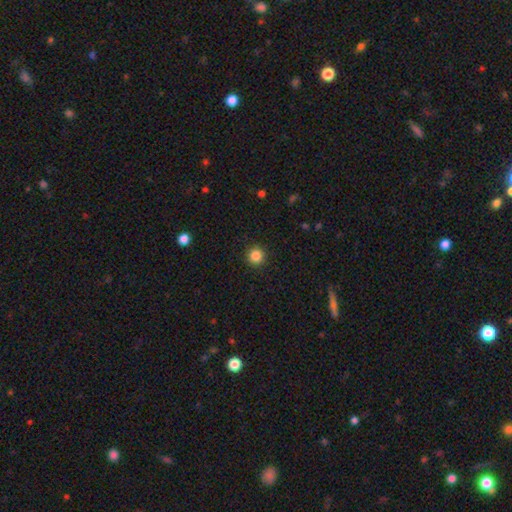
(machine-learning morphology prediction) smooth_or_featured: smooth (p=0.85) [alt: star or artifact p=0.11]
how_rounded: round (p=0.95) [alt: in between p=0.04]
merging: none (p=0.92) [alt: minor disturbance p=0.05]